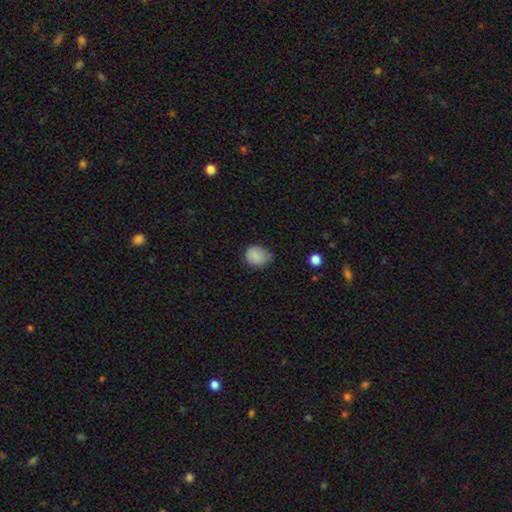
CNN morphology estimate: Q: Smooth or featured?
A: smooth (85%); runner-up: star or artifact (8%)
Q: How rounded?
A: round (56%); runner-up: in between (43%)
Q: Merging?
A: none (65%); runner-up: minor disturbance (29%)